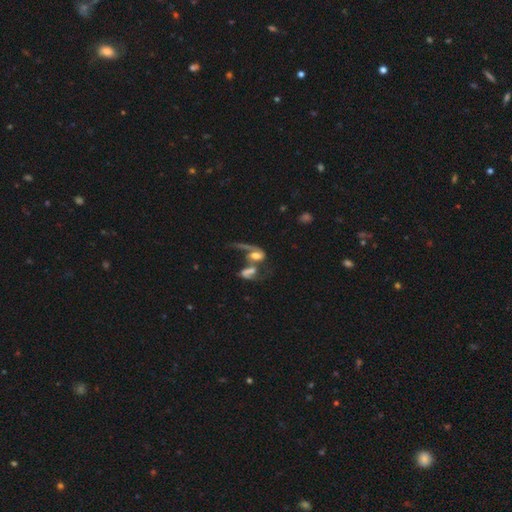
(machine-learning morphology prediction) type=featured or disk (63%); edge-on=no (92%); bar=no (52%); spiral arms=yes (74%); bulge=moderate (43%); merging=merger (63%).